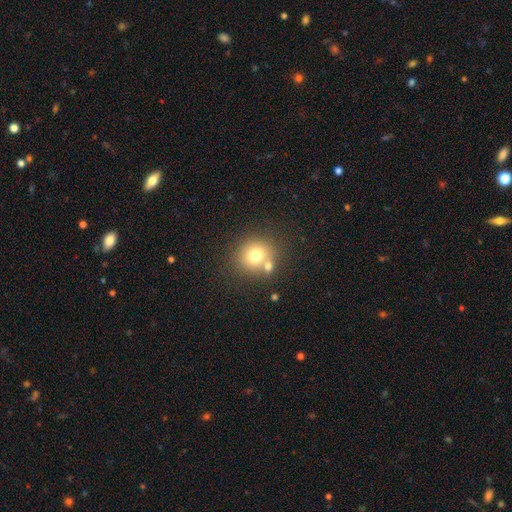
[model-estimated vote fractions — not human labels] Smooth or featured?
  - smooth: 73% *
  - featured or disk: 14%
  - star or artifact: 13%
How rounded?
  - round: 86% *
  - in between: 13%
  - cigar-shaped: 1%
Merging?
  - none: 62% *
  - merger: 24%
  - minor disturbance: 10%
  - major disturbance: 4%